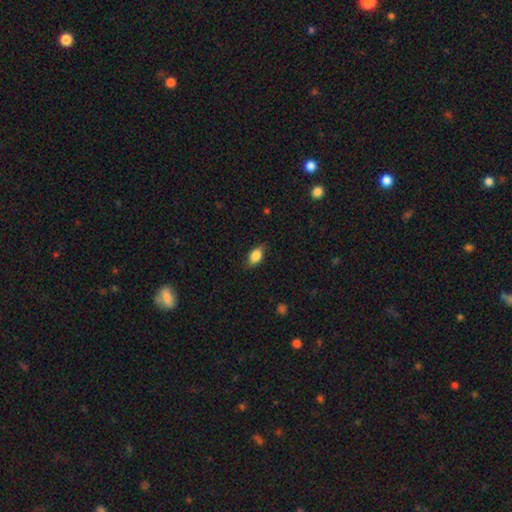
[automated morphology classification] smooth-or-featured: smooth: 83% | featured or disk: 10% | star or artifact: 8%
  how-rounded: in between: 84% | round: 13% | cigar-shaped: 4%
  merging: none: 79% | minor disturbance: 17% | major disturbance: 4% | merger: 1%